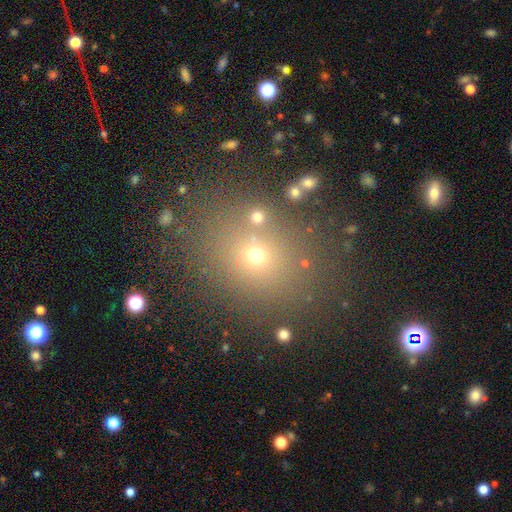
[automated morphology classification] smooth 59%, star or artifact 28%, featured or disk 13%. Down the decision tree: how rounded — round (60%); merging — none (79%).